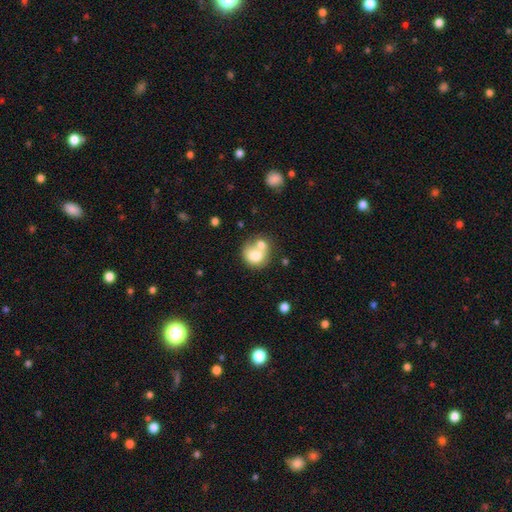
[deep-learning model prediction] Morphology: type=smooth (70%); roundness=round (72%); merging=merger (55%).